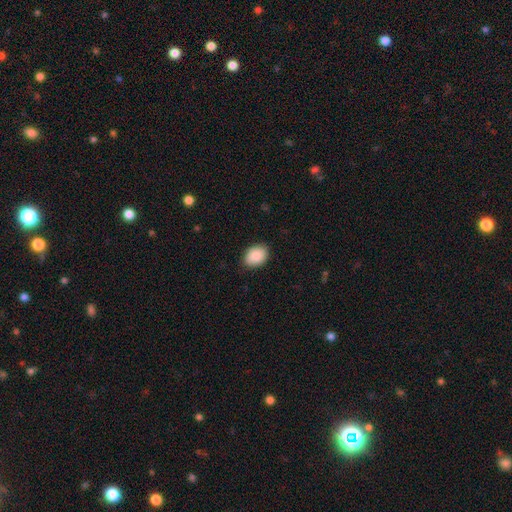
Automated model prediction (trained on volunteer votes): Morphology: type=smooth (88%); roundness=in between (72%); merging=none (84%).